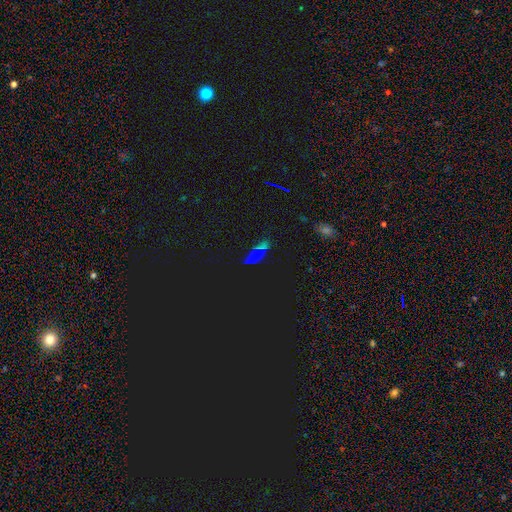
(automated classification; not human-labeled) Smooth or featured?
  - star or artifact: 50% *
  - smooth: 39%
  - featured or disk: 11%